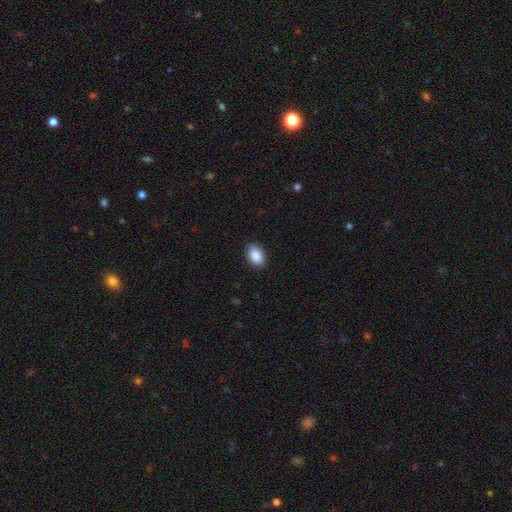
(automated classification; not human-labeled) Smooth or featured? smooth (90%)
How rounded? in between (90%)
Merging? none (87%)